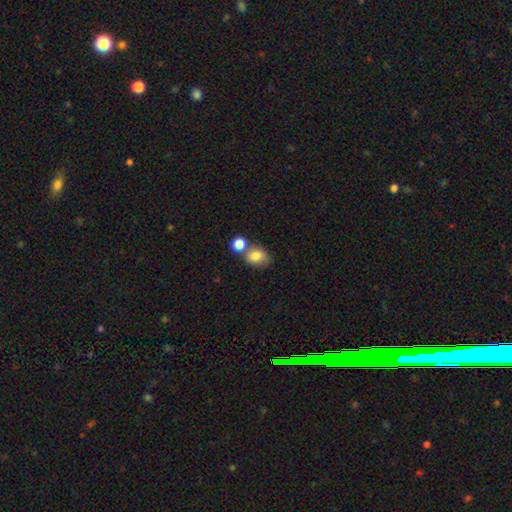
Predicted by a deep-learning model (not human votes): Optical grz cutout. It shows a smooth galaxy with no disk features (82%) that is round (53%). Merging: none (49%).